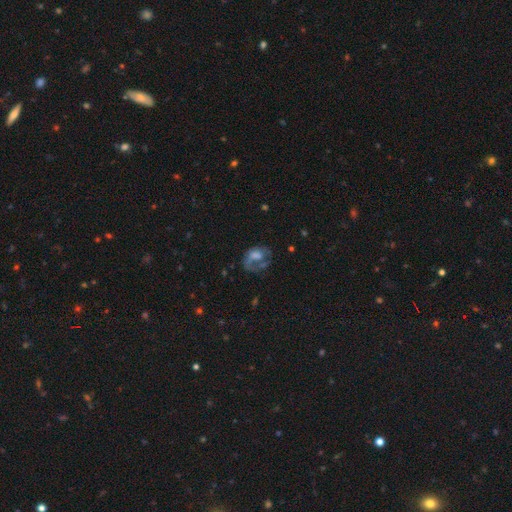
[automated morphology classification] This is possibly a featured or disk galaxy (51%). It is clearly not viewed edge-on (97%). Merging: marginally major disturbance (44%).